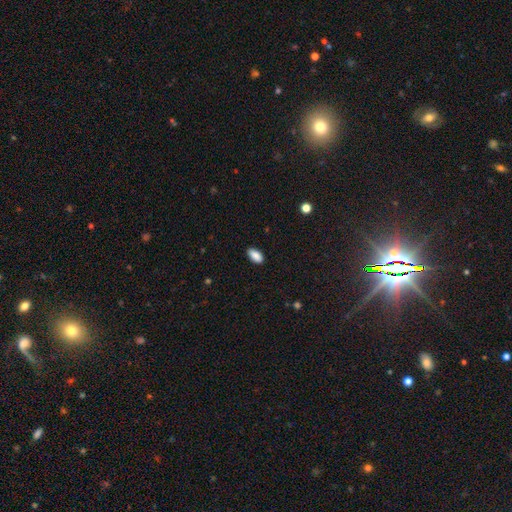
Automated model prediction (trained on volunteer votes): A smooth galaxy with no disk features (88%) that is in between round and cigar-shaped (92%).

Vote fractions:
- Smooth or featured? smooth: 88% / star or artifact: 7% / featured or disk: 4%
- How rounded? in between: 92% / cigar-shaped: 5% / round: 3%
- Merging? none: 86% / minor disturbance: 11% / major disturbance: 2% / merger: 1%